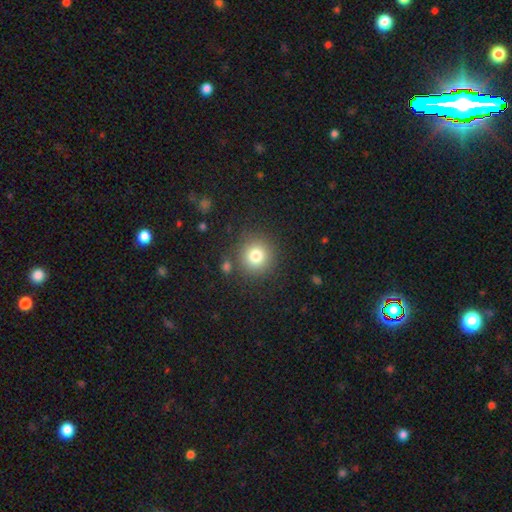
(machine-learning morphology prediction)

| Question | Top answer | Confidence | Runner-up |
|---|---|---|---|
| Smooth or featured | smooth | 79% | star or artifact (12%) |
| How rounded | round | 93% | in between (6%) |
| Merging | none | 85% | minor disturbance (8%) |